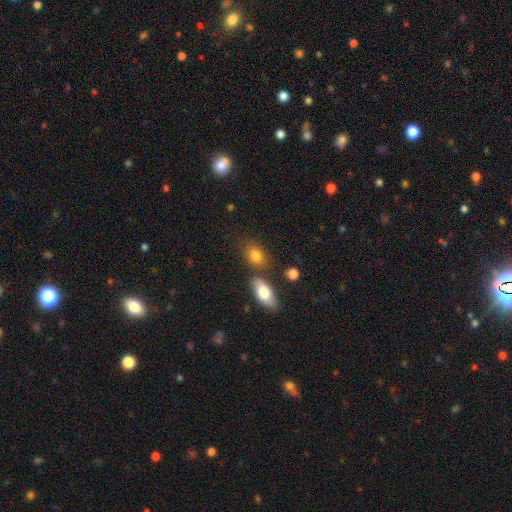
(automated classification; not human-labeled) This appears to be a smooth galaxy with no disk features (82%) that is in between round and cigar-shaped (77%). Merging: none (67%).